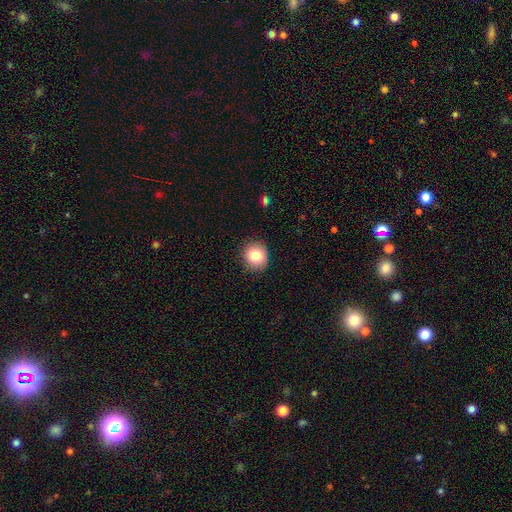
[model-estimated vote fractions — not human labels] Q: Smooth or featured?
A: smooth (85%); runner-up: star or artifact (9%)
Q: How rounded?
A: round (81%); runner-up: in between (18%)
Q: Merging?
A: none (87%); runner-up: minor disturbance (10%)